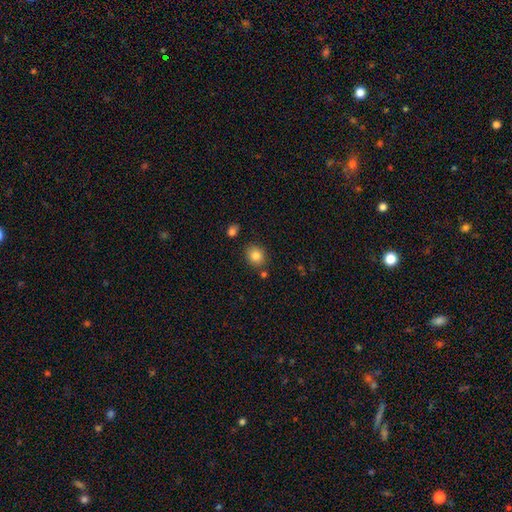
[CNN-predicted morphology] Overall: smooth (84%). How rounded: round (69%; in between 31%). Merging: none (81%).